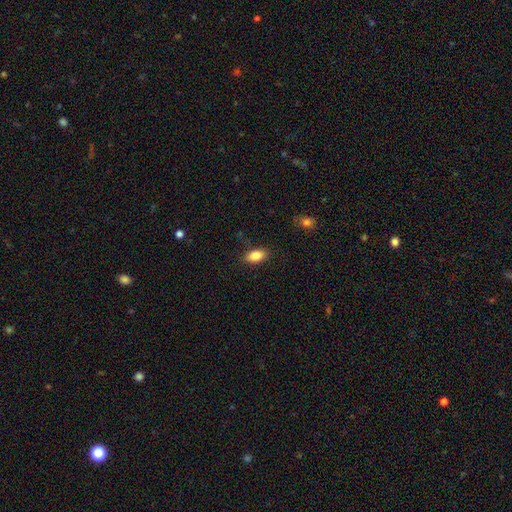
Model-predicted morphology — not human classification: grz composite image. It shows a smooth galaxy with no disk features (83%) that is in between round and cigar-shaped (88%). Merging: none (84%).